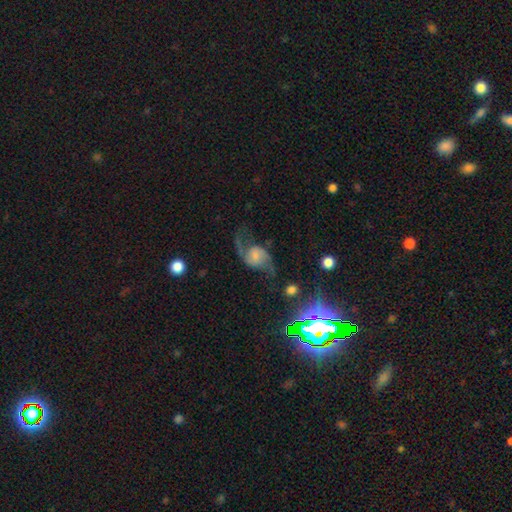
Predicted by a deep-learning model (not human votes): Q: Smooth or featured?
A: featured or disk (79%); runner-up: smooth (13%)
Q: Edge-on disk?
A: no (97%); runner-up: yes (3%)
Q: Bar?
A: no (51%); runner-up: weak (39%)
Q: Spiral arms?
A: yes (95%); runner-up: no (5%)
Q: Spiral winding?
A: loose (77%); runner-up: medium (20%)
Q: Spiral arm count?
A: 2 (93%); runner-up: 1 (2%)
Q: Bulge size?
A: small (37%); runner-up: moderate (26%)
Q: Merging?
A: none (59%); runner-up: major disturbance (19%)